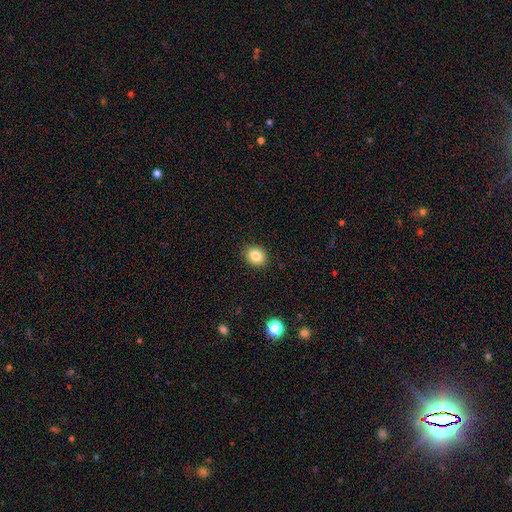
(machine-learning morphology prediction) smooth 83%, star or artifact 10%, featured or disk 7%. Down the decision tree: how rounded — round (59%); merging — none (89%).